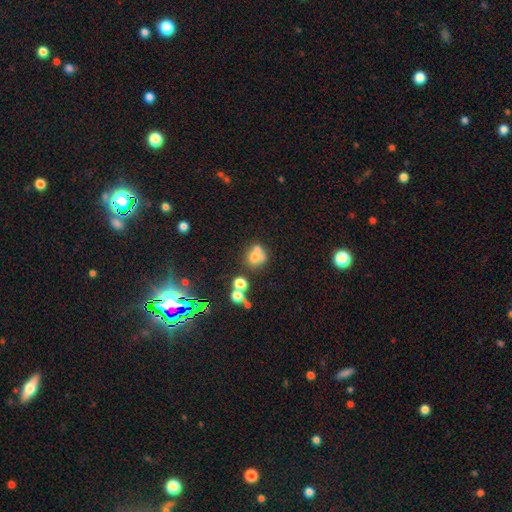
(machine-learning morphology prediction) Q: Smooth or featured?
A: smooth (60%); runner-up: featured or disk (23%)
Q: How rounded?
A: round (66%); runner-up: in between (32%)
Q: Merging?
A: merger (44%); runner-up: none (34%)